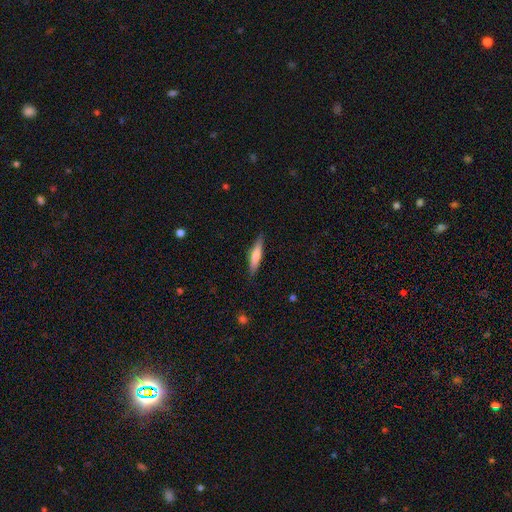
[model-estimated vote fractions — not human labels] smooth_or_featured: smooth (p=0.64) [alt: featured or disk p=0.31]
how_rounded: cigar-shaped (p=0.83) [alt: in between p=0.16]
merging: none (p=0.87) [alt: minor disturbance p=0.10]